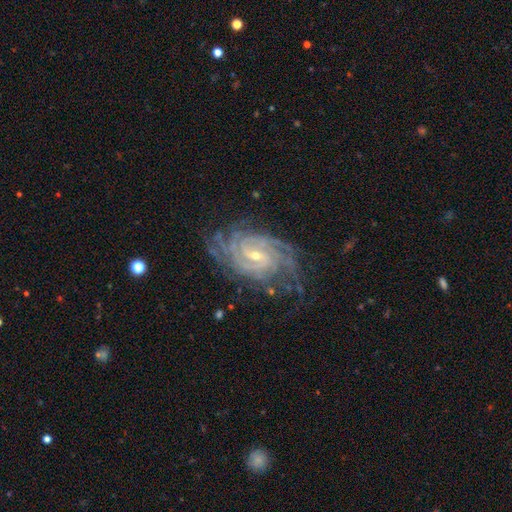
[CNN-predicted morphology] smooth_or_featured: featured or disk (p=0.92) [alt: star or artifact p=0.05]
disk_edge_on: no (p=0.97) [alt: yes p=0.03]
bar: weak (p=0.49) [alt: strong p=0.26]
has_spiral_arms: yes (p=0.98) [alt: no p=0.02]
spiral_winding: tight (p=0.74) [alt: medium p=0.23]
spiral_arm_count: 4 (p=0.27) [alt: can't tell p=0.19]
bulge_size: small (p=0.69) [alt: moderate p=0.28]
merging: none (p=0.71) [alt: minor disturbance p=0.19]